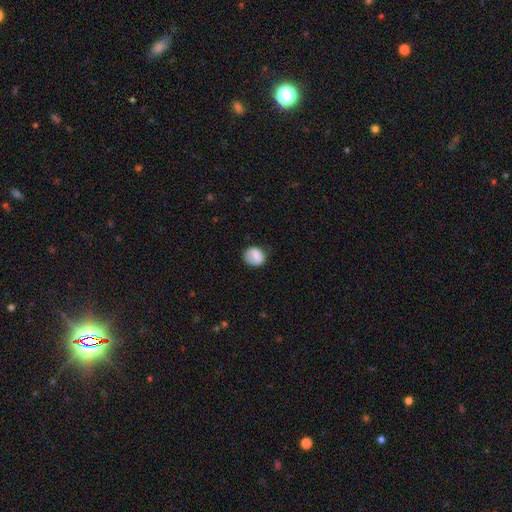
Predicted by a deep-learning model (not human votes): smooth 79%, featured or disk 13%, star or artifact 8%. Down the decision tree: how rounded — round (70%); merging — none (63%).